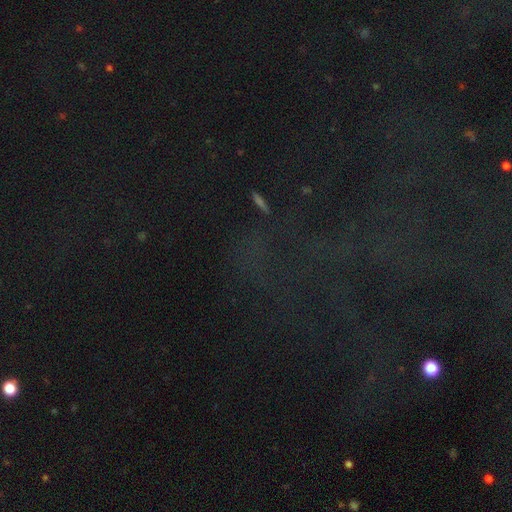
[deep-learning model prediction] smooth-or-featured: star or artifact: 79% | smooth: 12% | featured or disk: 10%